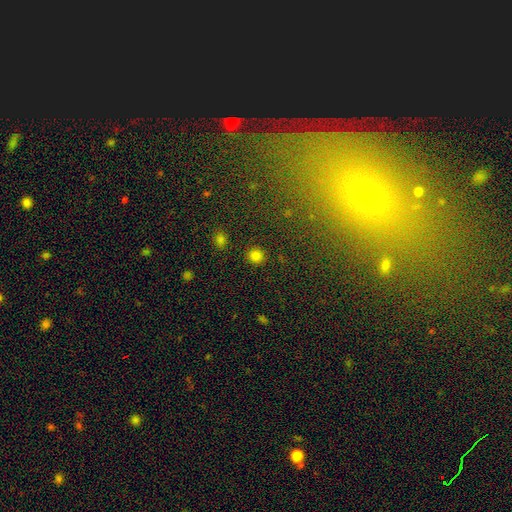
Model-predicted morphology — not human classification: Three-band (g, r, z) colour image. It shows a smooth galaxy with no disk features (81%) that is round (92%). Merging: none (90%).